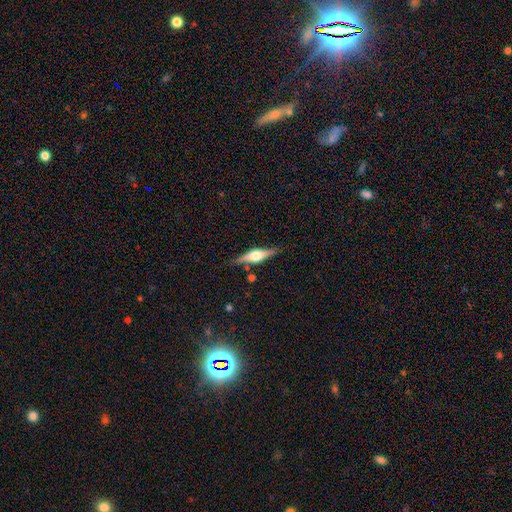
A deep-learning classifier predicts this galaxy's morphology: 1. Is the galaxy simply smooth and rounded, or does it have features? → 73% featured or disk, 21% smooth, 6% star or artifact.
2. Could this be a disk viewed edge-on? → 97% yes, 3% no.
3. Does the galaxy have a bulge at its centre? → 87% rounded, 11% boxy, 2% none.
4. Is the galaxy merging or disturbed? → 84% none, 11% minor disturbance, 3% merger, 2% major disturbance.